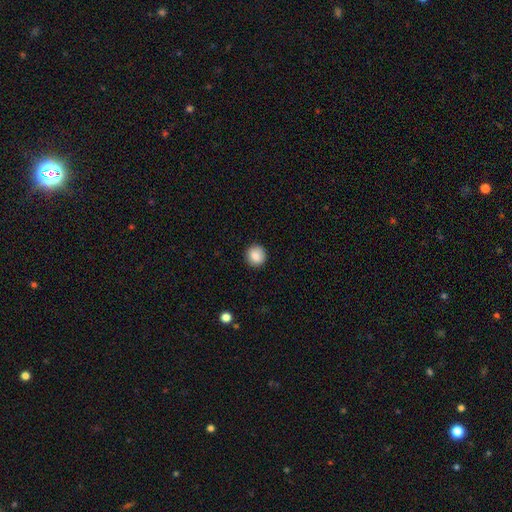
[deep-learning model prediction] Smooth or featured?
  - smooth: 88% *
  - star or artifact: 8%
  - featured or disk: 4%
How rounded?
  - round: 92% *
  - in between: 7%
  - cigar-shaped: 1%
Merging?
  - none: 91% *
  - minor disturbance: 6%
  - major disturbance: 2%
  - merger: 1%